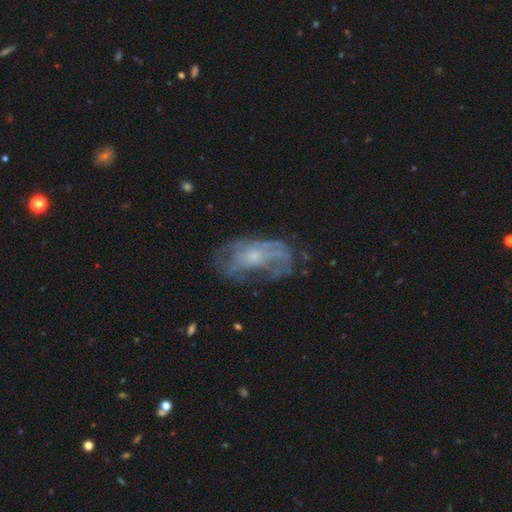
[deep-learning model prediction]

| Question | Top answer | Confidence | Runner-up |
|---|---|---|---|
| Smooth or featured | featured or disk | 70% | smooth (20%) |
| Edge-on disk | no | 95% | yes (5%) |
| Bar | no | 74% | weak (22%) |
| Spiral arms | yes | 63% | no (37%) |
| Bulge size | small | 55% | moderate (33%) |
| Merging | none | 51% | major disturbance (23%) |